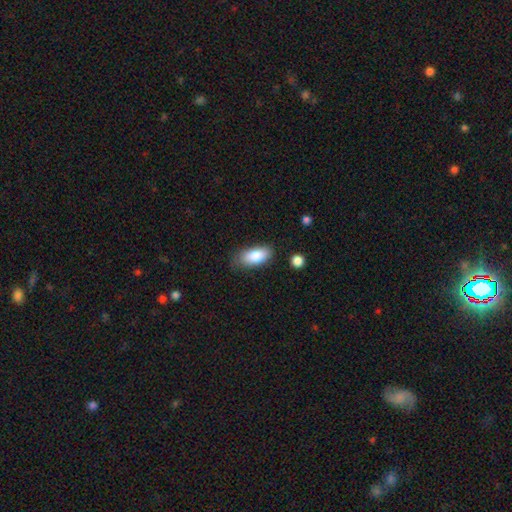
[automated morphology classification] smooth 85%, featured or disk 8%, star or artifact 7%. Down the decision tree: how rounded — in between (90%); merging — none (72%).